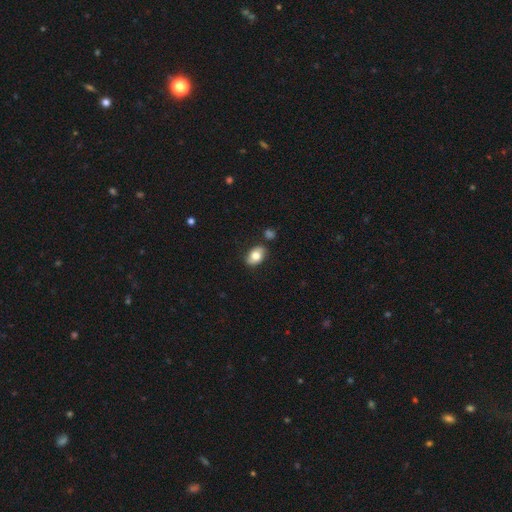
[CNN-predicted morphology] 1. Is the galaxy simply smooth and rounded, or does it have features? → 76% smooth, 17% featured or disk, 7% star or artifact.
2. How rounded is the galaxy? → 87% in between, 11% round, 2% cigar-shaped.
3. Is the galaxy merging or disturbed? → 82% none, 12% minor disturbance, 3% merger, 2% major disturbance.